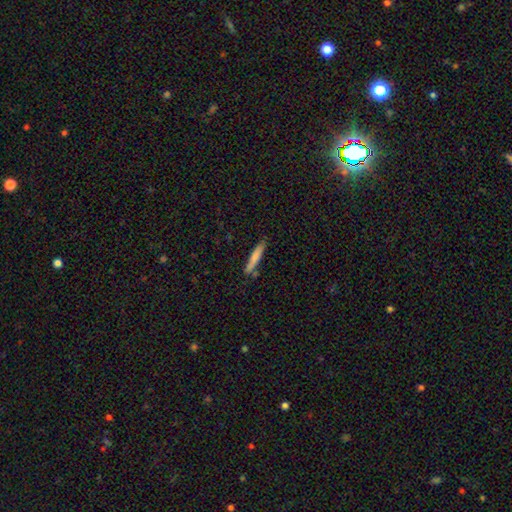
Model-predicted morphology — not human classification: Q: Smooth or featured?
A: smooth (70%); runner-up: featured or disk (23%)
Q: How rounded?
A: cigar-shaped (93%); runner-up: in between (6%)
Q: Merging?
A: none (80%); runner-up: minor disturbance (12%)